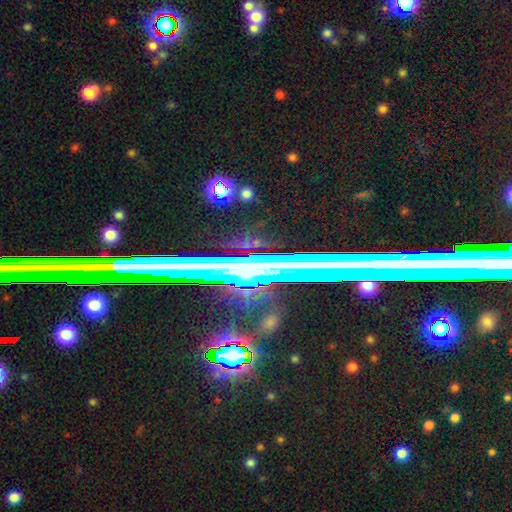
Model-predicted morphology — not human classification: Overall: star or artifact (56%; featured or disk 27%).